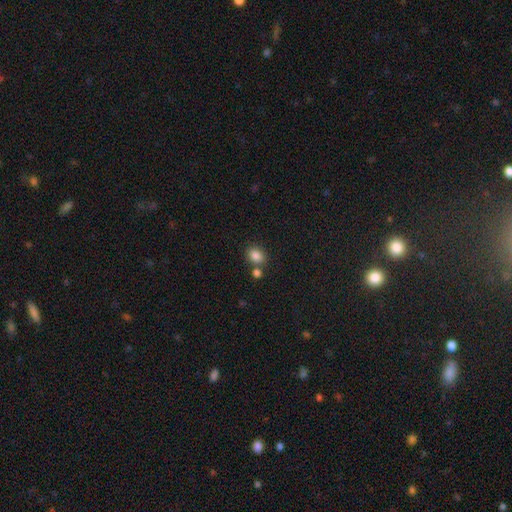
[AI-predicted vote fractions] Q: Smooth or featured?
A: smooth (85%); runner-up: star or artifact (11%)
Q: How rounded?
A: in between (50%); runner-up: round (49%)
Q: Merging?
A: none (67%); runner-up: merger (19%)